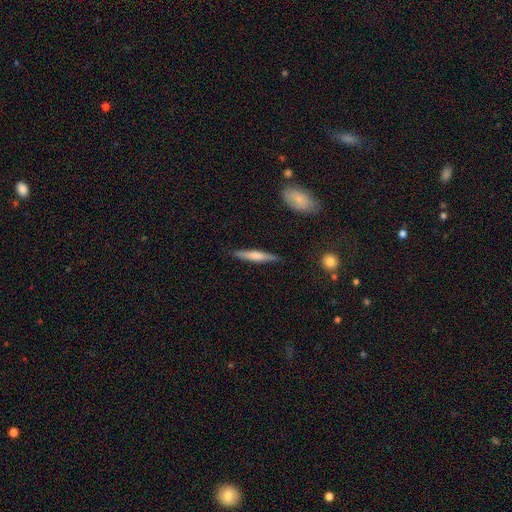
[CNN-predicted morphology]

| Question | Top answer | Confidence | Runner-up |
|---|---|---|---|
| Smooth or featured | smooth | 53% | featured or disk (41%) |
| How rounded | cigar-shaped | 91% | in between (7%) |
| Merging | none | 87% | minor disturbance (10%) |